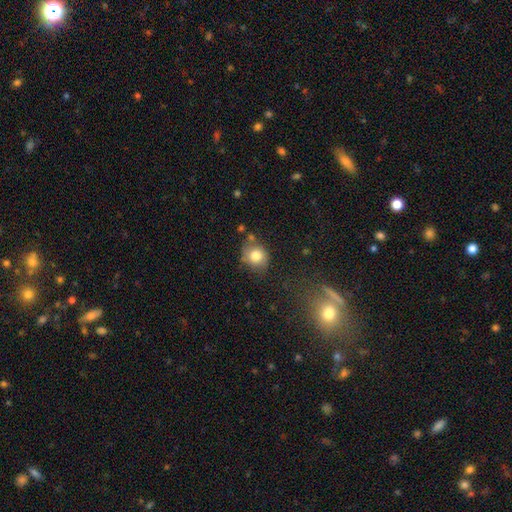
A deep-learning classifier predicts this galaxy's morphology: A smooth galaxy with no disk features (79%) that is round (71%). Merging: none (68%).